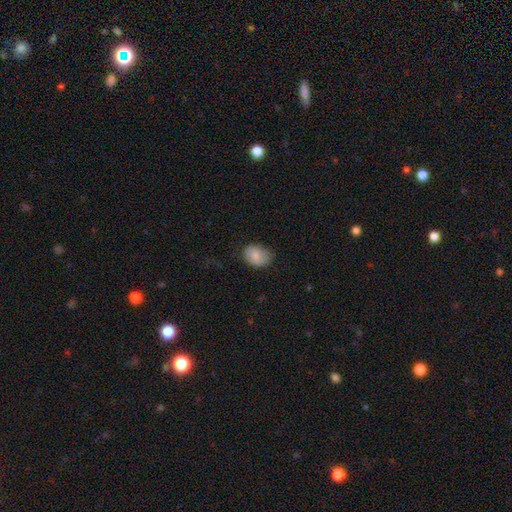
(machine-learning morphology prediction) The model was most divided on "how rounded": in between: 73%, round: 26%, cigar-shaped: 1%. More confident: smooth or featured — smooth (84%); merging — none (73%).